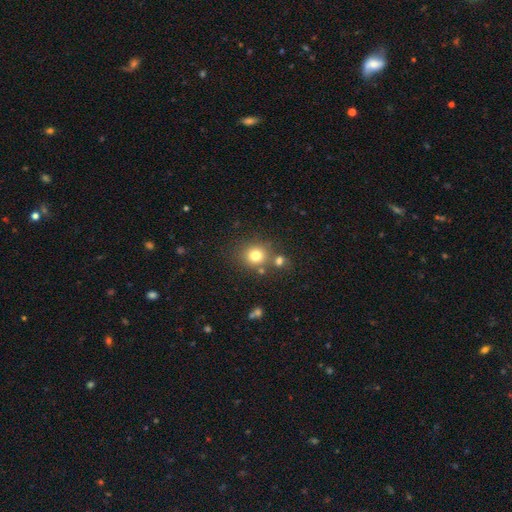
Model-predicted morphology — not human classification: type=smooth (77%); roundness=round (85%); merging=none (72%).